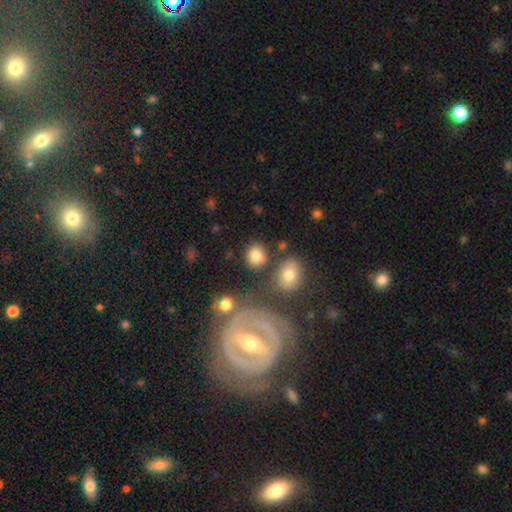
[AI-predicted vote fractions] Smooth or featured? Predicted: smooth (p=0.82). How rounded? Predicted: round (p=0.71). Merging? Predicted: none (p=0.75).